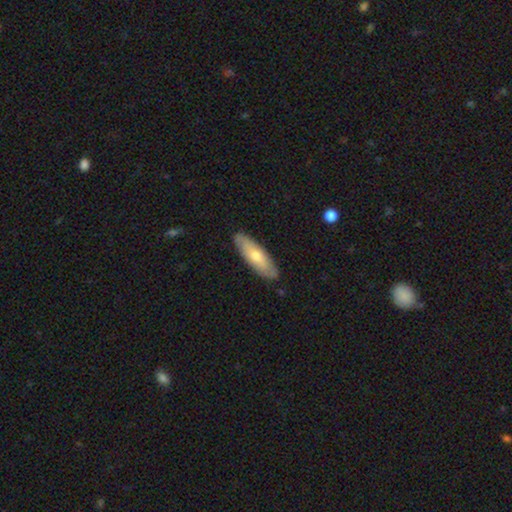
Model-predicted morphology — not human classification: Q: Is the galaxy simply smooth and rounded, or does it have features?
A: smooth — 59%.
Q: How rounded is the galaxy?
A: in between — 50%.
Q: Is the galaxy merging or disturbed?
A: none — 87%.